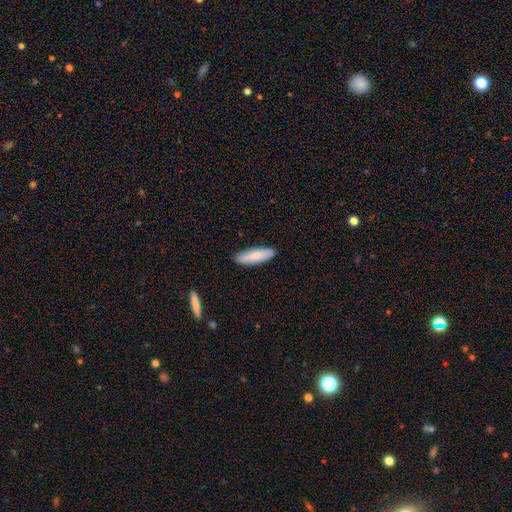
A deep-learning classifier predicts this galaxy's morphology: smooth_or_featured: smooth (p=0.79) [alt: featured or disk p=0.16]
how_rounded: cigar-shaped (p=0.59) [alt: in between p=0.39]
merging: none (p=0.89) [alt: minor disturbance p=0.08]